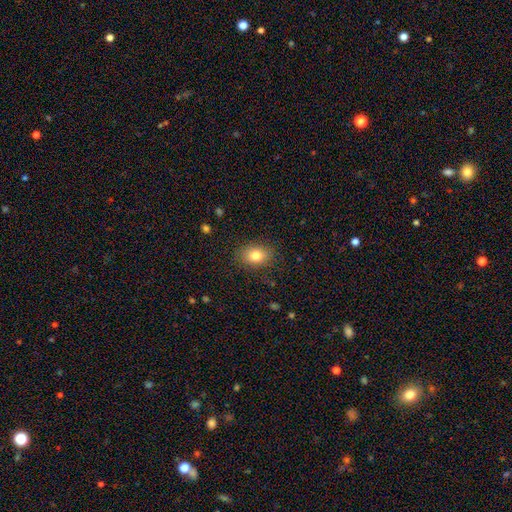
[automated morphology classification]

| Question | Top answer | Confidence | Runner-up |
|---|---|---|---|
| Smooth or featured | smooth | 80% | star or artifact (10%) |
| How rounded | in between | 70% | round (29%) |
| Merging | none | 86% | minor disturbance (10%) |